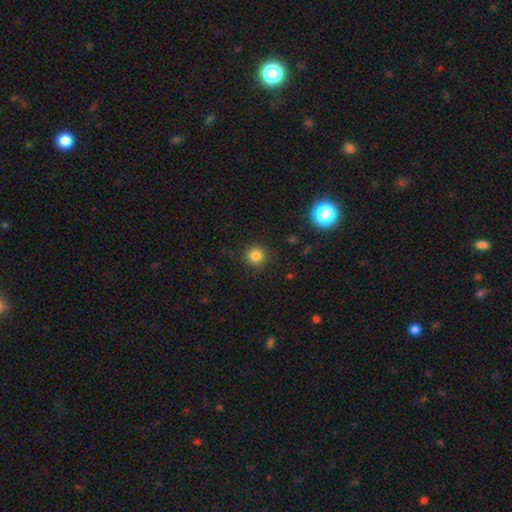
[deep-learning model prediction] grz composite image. It shows a smooth galaxy with no disk features (83%) that is round (94%). Merging: none (90%).